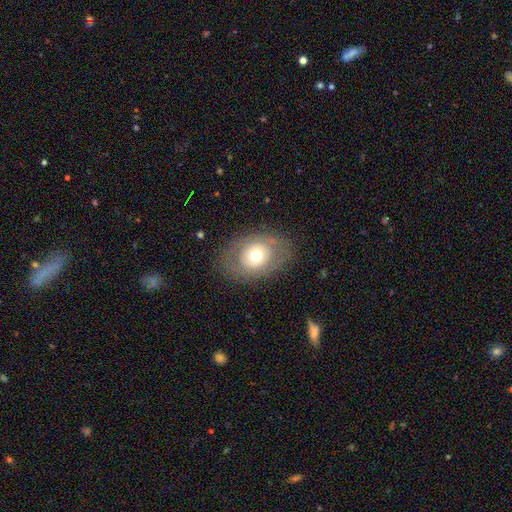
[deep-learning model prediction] This appears to be a smooth galaxy with no disk features (56%) that is in between round and cigar-shaped (67%). Merging: none (80%).